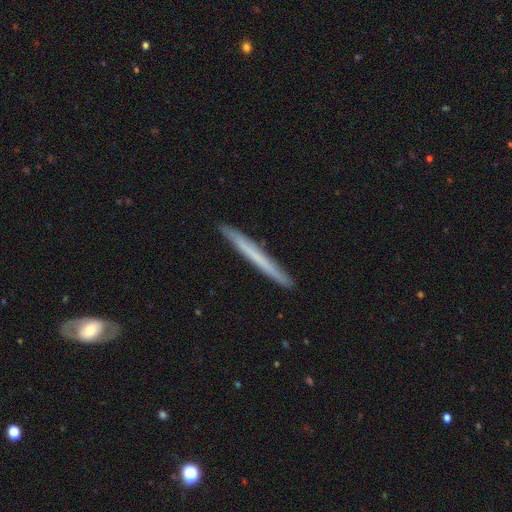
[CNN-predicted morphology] smooth_or_featured: smooth (p=0.55) [alt: featured or disk p=0.39]
how_rounded: cigar-shaped (p=0.97) [alt: in between p=0.01]
merging: none (p=0.91) [alt: minor disturbance p=0.06]